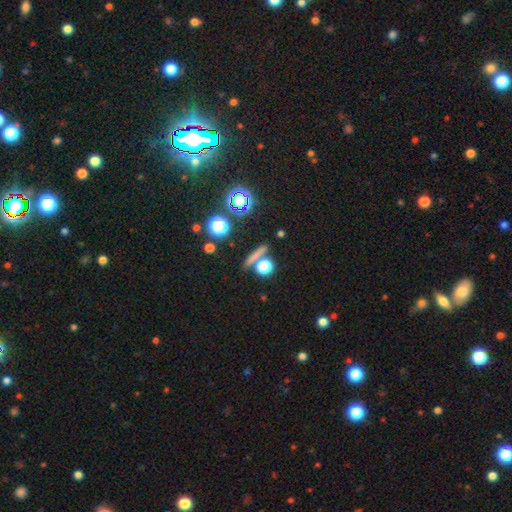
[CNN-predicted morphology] smooth 64%, star or artifact 18%, featured or disk 18%. Down the decision tree: how rounded — cigar-shaped (53%); merging — none (76%).